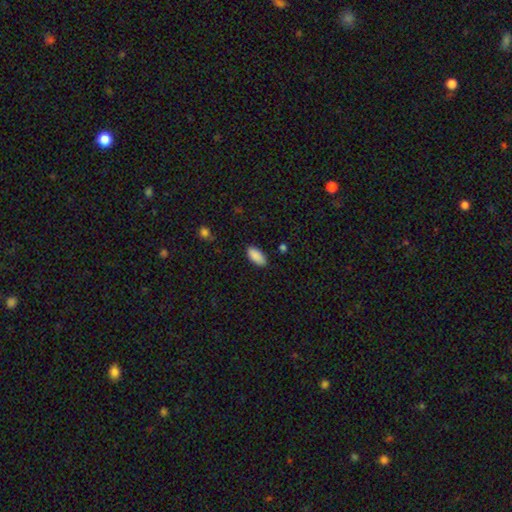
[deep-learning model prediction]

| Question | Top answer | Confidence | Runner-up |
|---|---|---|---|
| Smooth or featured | smooth | 90% | star or artifact (7%) |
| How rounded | in between | 92% | cigar-shaped (6%) |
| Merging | none | 87% | minor disturbance (10%) |